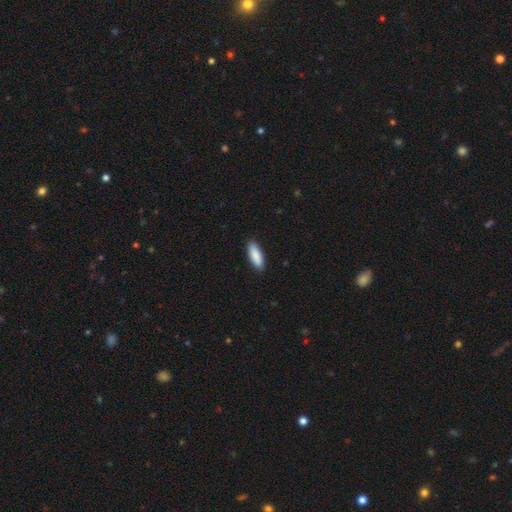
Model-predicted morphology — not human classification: smooth-or-featured: smooth: 89% | featured or disk: 6% | star or artifact: 5%
  how-rounded: in between: 63% | cigar-shaped: 35% | round: 2%
  merging: none: 90% | minor disturbance: 8% | major disturbance: 2% | merger: 1%